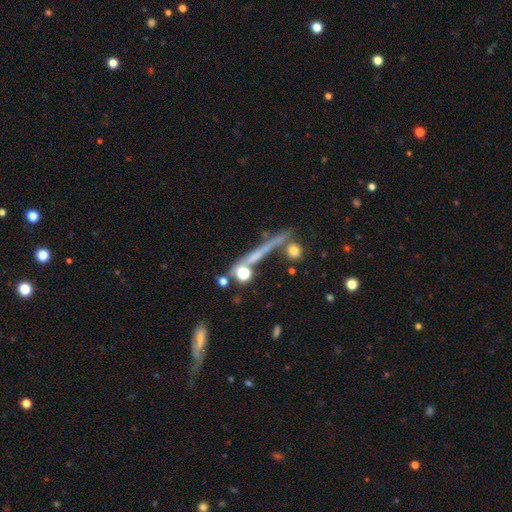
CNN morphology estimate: Smooth or featured: featured or disk — 47% (smooth — 34%)
Merging: none — 59% (merger — 17%)